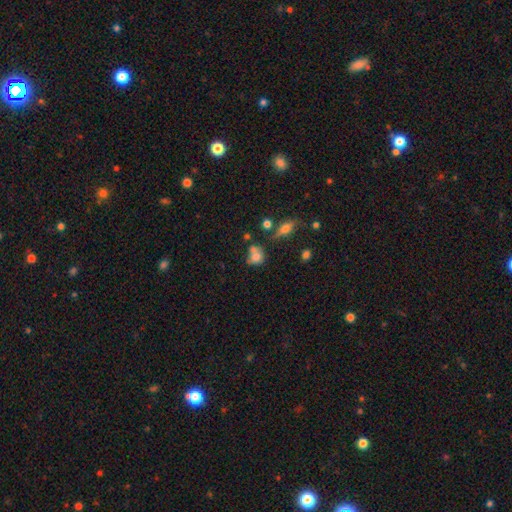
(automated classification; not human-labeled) Smooth or featured: smooth — 73% (featured or disk — 15%)
How rounded: round — 58% (in between — 40%)
Merging: none — 37% (merger — 35%)